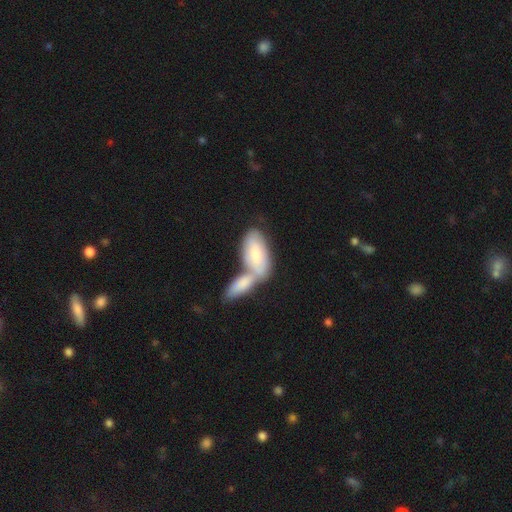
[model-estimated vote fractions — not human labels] A smooth galaxy with no disk features (67%) that is in between round and cigar-shaped (86%).

Vote fractions:
- Smooth or featured? smooth: 67% / featured or disk: 28% / star or artifact: 5%
- How rounded? in between: 86% / cigar-shaped: 12% / round: 2%
- Merging? merger: 61% / none: 25% / minor disturbance: 10% / major disturbance: 4%